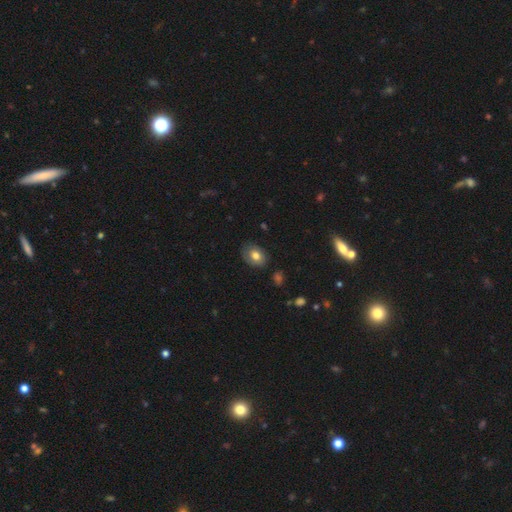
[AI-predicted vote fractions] smooth_or_featured: smooth (p=0.76) [alt: featured or disk p=0.15]
how_rounded: in between (p=0.70) [alt: round p=0.29]
merging: none (p=0.79) [alt: minor disturbance p=0.16]